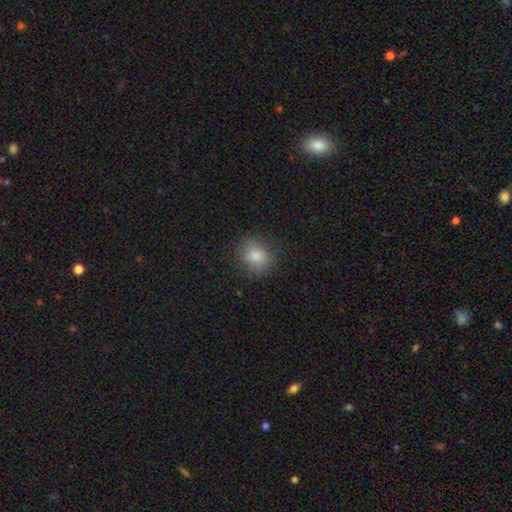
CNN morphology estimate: type=smooth (83%); roundness=round (61%); merging=none (85%).